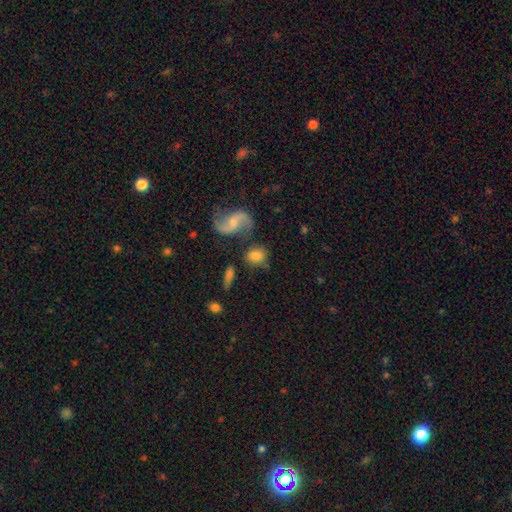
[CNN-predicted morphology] Smooth or featured? Predicted: smooth (p=0.65). How rounded? Predicted: round (p=0.52). Merging? Predicted: none (p=0.66).